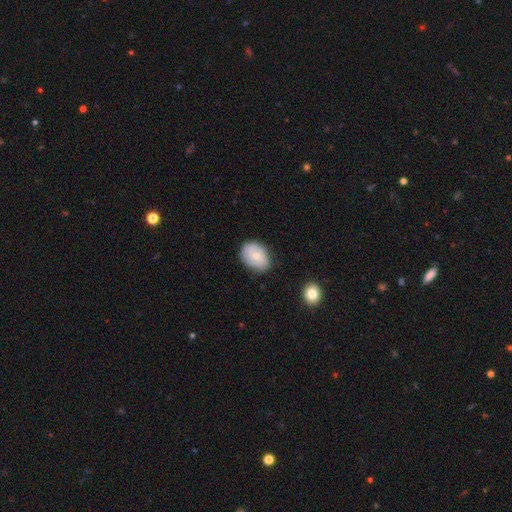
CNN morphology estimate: This appears to be a smooth galaxy with no disk features (60%) that is in between round and cigar-shaped (64%). Merging: none (71%).